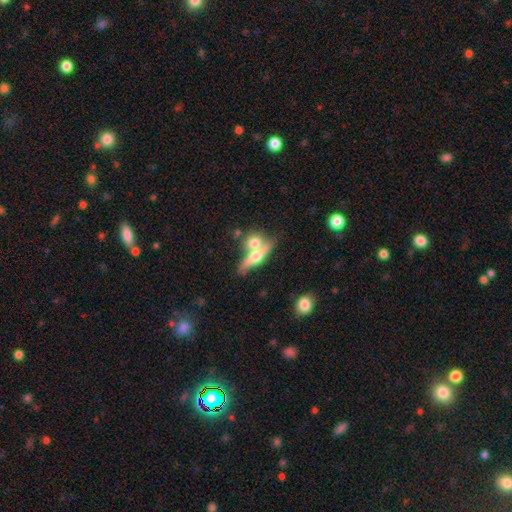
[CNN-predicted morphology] This appears to be a featured or disk galaxy (52%) viewed edge-on (81%). Merging: merger (48%).